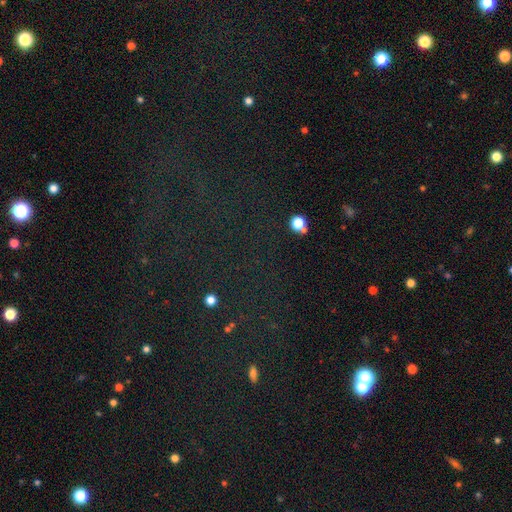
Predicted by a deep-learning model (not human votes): This appears to be a star or artifact, not a galaxy (71%).